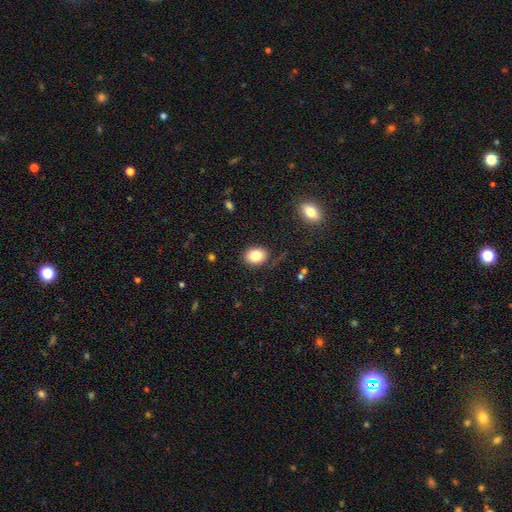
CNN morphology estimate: Overall: smooth (82%). How rounded: in between (66%; round 33%). Merging: none (82%).